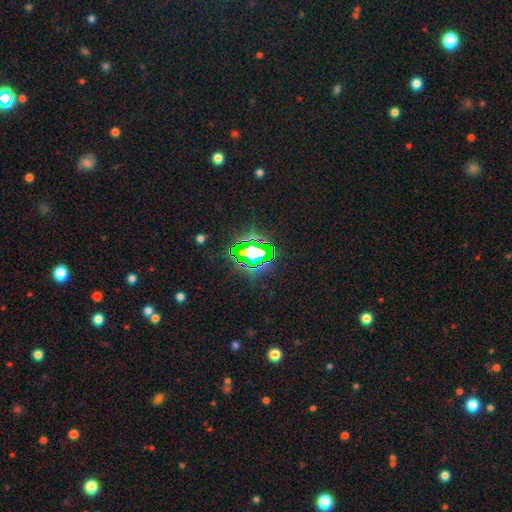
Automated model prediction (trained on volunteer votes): Smooth or featured: star or artifact — 70% (smooth — 17%)